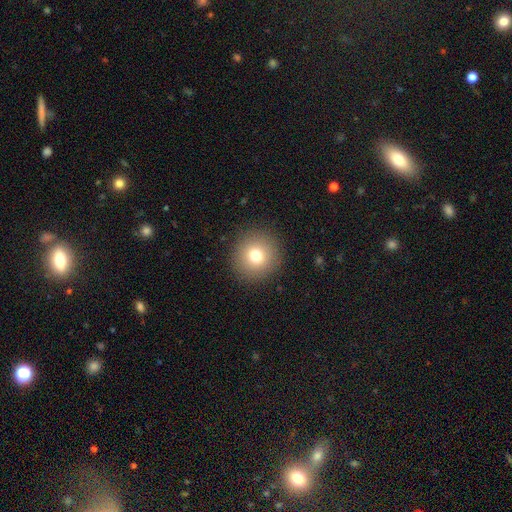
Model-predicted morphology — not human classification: smooth 76%, star or artifact 13%, featured or disk 11%. Down the decision tree: how rounded — round (94%); merging — none (91%).